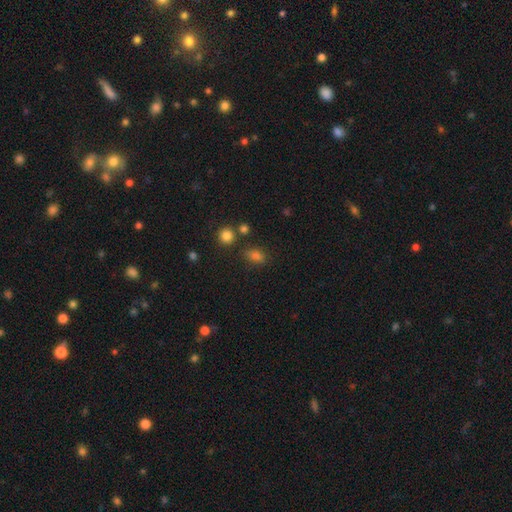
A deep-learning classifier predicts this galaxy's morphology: Overall: smooth (79%). How rounded: in between (75%). Merging: none (75%).